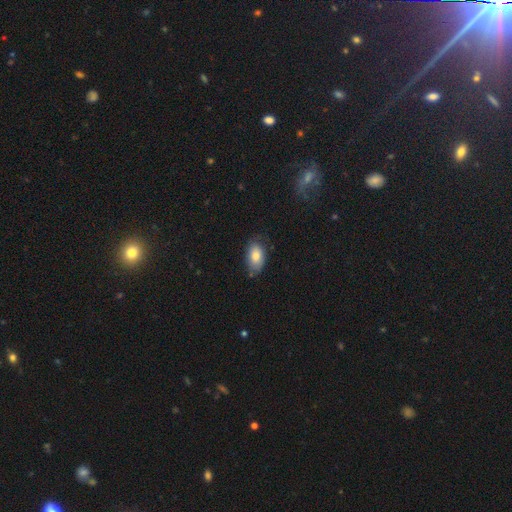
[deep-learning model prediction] smooth 81%, featured or disk 12%, star or artifact 7%. Down the decision tree: how rounded — in between (92%); merging — none (71%).